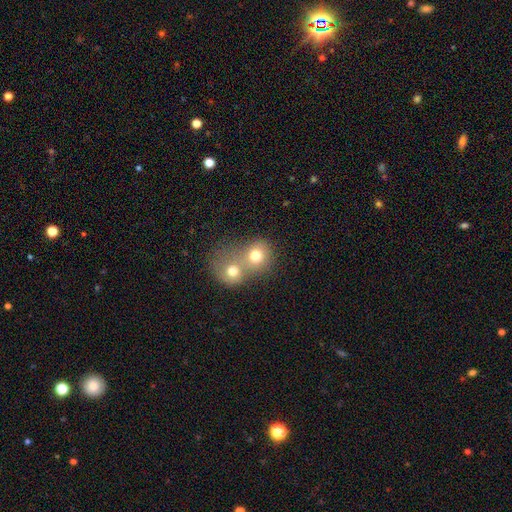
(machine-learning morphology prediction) Smooth or featured? smooth (73%)
How rounded? round (76%)
Merging? merger (65%)